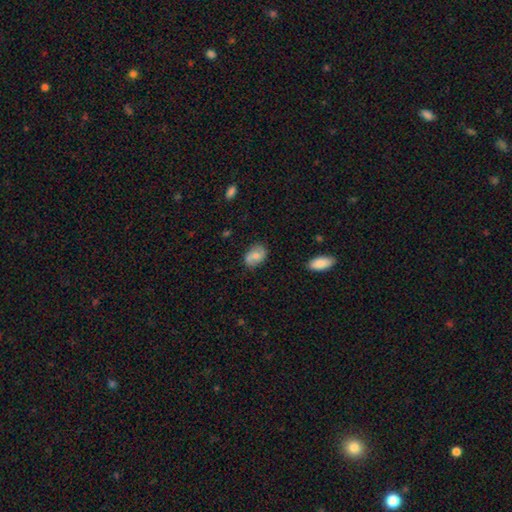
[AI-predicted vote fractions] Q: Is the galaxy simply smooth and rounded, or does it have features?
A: smooth — 58%.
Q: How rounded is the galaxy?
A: in between — 78%.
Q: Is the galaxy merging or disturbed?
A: none — 78%.